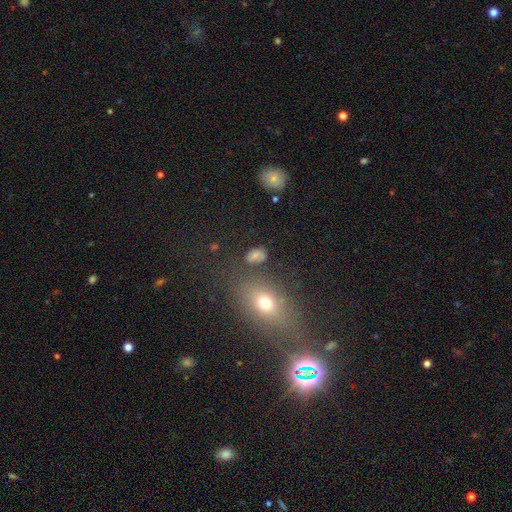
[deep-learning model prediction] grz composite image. It shows a smooth galaxy with no disk features (67%) that is in between round and cigar-shaped (76%). Merging: none (71%).